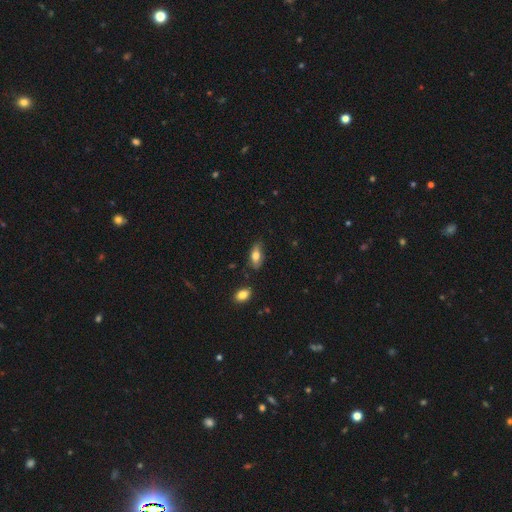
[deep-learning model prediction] Smooth or featured?
  - smooth: 70% *
  - featured or disk: 23%
  - star or artifact: 7%
How rounded?
  - in between: 82% *
  - cigar-shaped: 15%
  - round: 4%
Merging?
  - none: 73% *
  - minor disturbance: 20%
  - major disturbance: 4%
  - merger: 3%